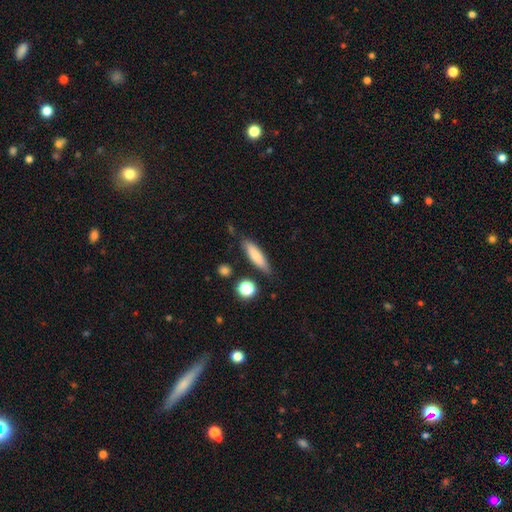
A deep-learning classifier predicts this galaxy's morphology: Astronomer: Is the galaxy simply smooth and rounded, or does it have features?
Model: smooth — 77%.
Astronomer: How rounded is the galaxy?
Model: cigar-shaped — 63%.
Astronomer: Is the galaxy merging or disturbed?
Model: none — 79%.